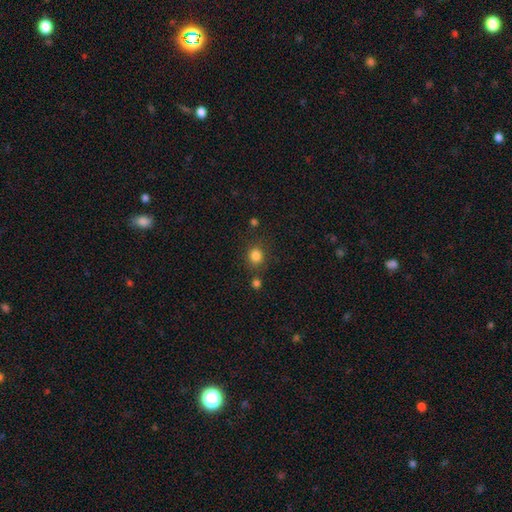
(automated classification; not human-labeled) Smooth or featured? smooth (83%)
How rounded? round (77%)
Merging? none (76%)